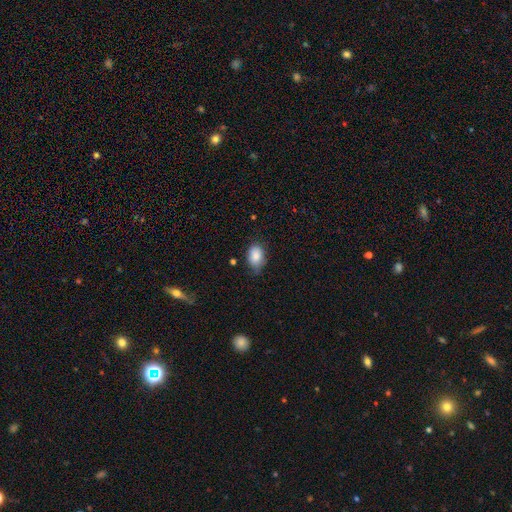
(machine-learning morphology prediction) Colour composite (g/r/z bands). It shows a smooth galaxy with no disk features (87%) that is in between round and cigar-shaped (83%). Merging: none (63%).